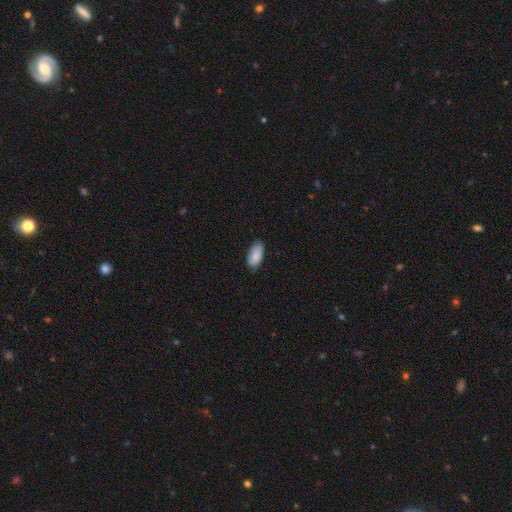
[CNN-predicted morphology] type=smooth (87%); roundness=in between (93%); merging=none (81%).